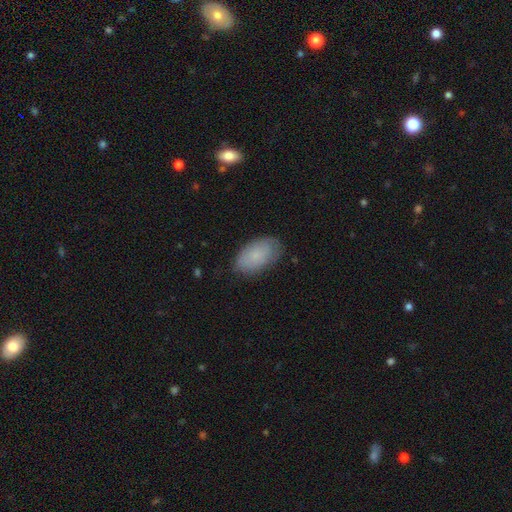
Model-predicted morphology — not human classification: Smooth or featured?
  - smooth: 79% *
  - featured or disk: 14%
  - star or artifact: 7%
How rounded?
  - in between: 94% *
  - round: 4%
  - cigar-shaped: 2%
Merging?
  - none: 78% *
  - minor disturbance: 17%
  - major disturbance: 4%
  - merger: 1%